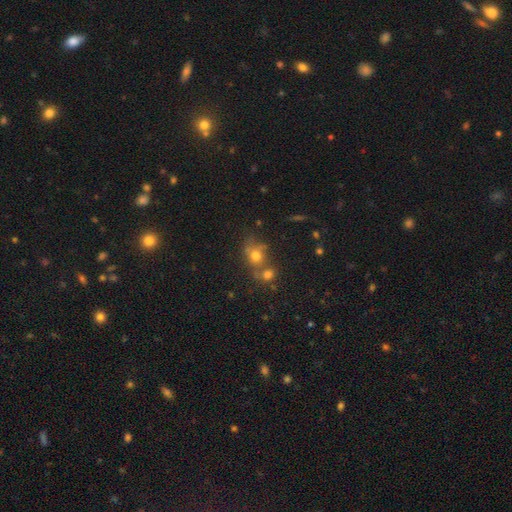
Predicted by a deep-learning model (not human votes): Smooth or featured: smooth — 64% (star or artifact — 20%)
How rounded: round — 72% (in between — 26%)
Merging: merger — 43% (none — 40%)